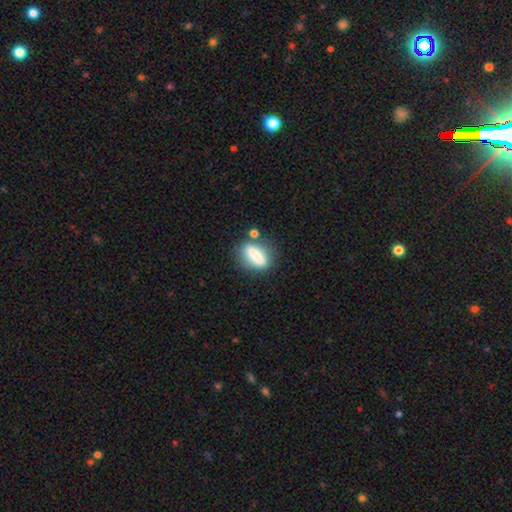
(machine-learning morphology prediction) Smooth or featured: smooth — 65% (featured or disk — 26%)
How rounded: cigar-shaped — 47% (in between — 43%)
Merging: none — 69% (minor disturbance — 14%)